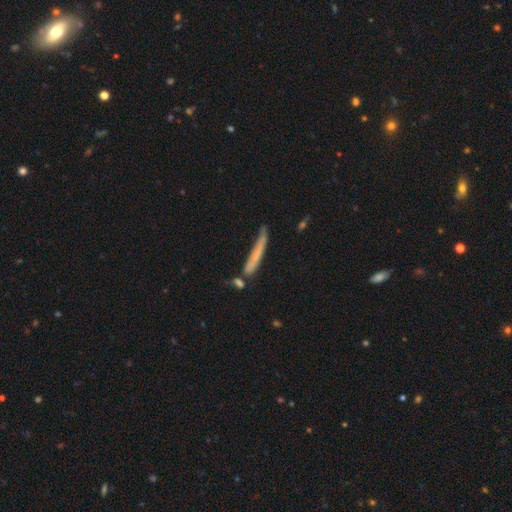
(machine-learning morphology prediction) This appears to be a smooth galaxy with no disk features (60%) that is cigar-shaped (95%). Merging: none (60%).